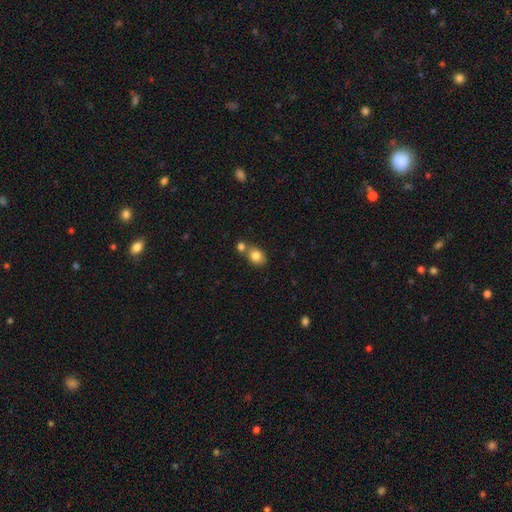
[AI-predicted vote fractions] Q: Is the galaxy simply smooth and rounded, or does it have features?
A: smooth — 82%.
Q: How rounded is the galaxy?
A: round — 50%.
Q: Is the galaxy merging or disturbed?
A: none — 48%.